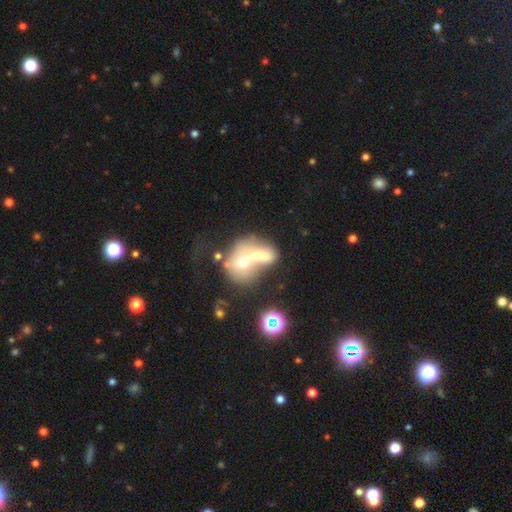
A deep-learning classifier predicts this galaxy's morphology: Smooth or featured?
  - smooth: 48% *
  - featured or disk: 38%
  - star or artifact: 14%
Merging?
  - merger: 77% *
  - none: 11%
  - major disturbance: 7%
  - minor disturbance: 5%